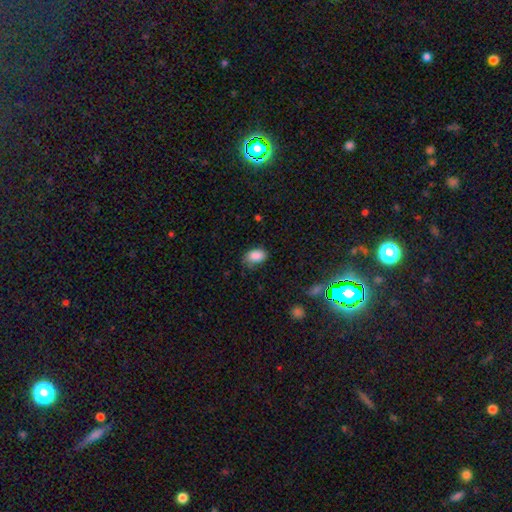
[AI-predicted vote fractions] Smooth or featured?
  - smooth: 86% *
  - star or artifact: 9%
  - featured or disk: 5%
How rounded?
  - in between: 87% *
  - round: 12%
  - cigar-shaped: 1%
Merging?
  - none: 61% *
  - minor disturbance: 30%
  - major disturbance: 8%
  - merger: 2%